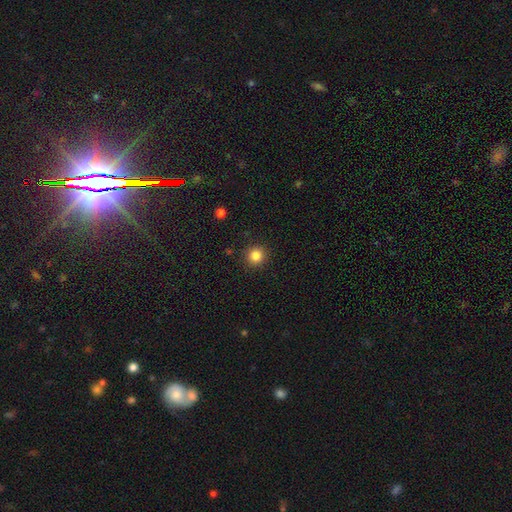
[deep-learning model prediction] smooth 84%, star or artifact 12%, featured or disk 4%. Down the decision tree: how rounded — round (94%); merging — none (91%).